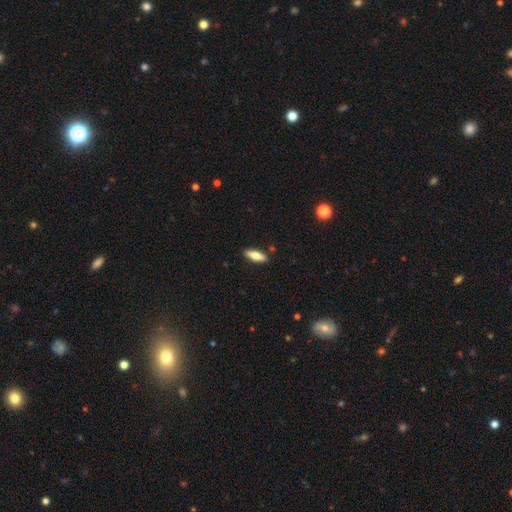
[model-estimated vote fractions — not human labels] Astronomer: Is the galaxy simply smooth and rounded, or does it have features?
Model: smooth — 74%.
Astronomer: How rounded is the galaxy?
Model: in between — 56% (runner-up: cigar-shaped, 42%).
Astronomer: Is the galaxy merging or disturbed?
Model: none — 88%.